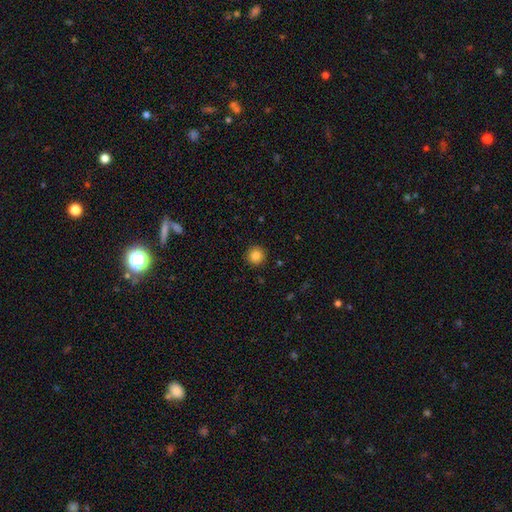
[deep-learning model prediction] Morphology: type=smooth (85%); roundness=round (95%); merging=none (92%).